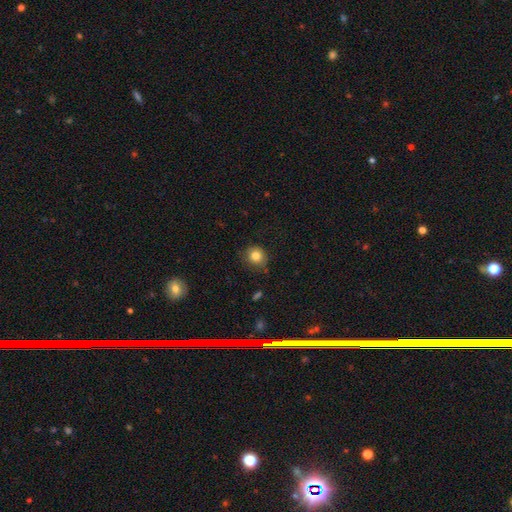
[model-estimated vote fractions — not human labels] A smooth galaxy with no disk features (83%) that is round (87%). Merging: none (79%).